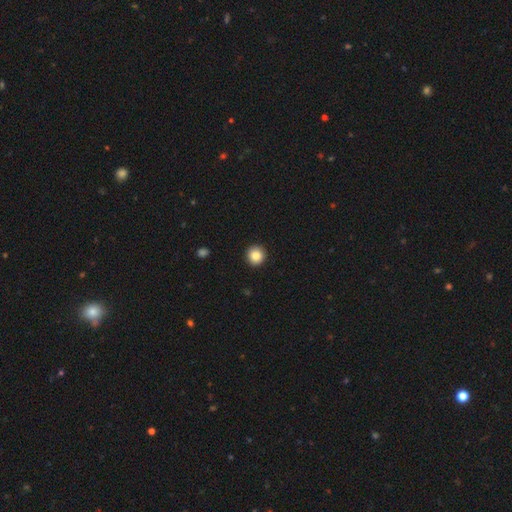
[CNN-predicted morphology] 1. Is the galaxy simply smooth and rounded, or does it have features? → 86% smooth, 9% star or artifact, 5% featured or disk.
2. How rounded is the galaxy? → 94% round, 5% in between, 1% cigar-shaped.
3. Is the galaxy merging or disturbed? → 93% none, 5% minor disturbance, 2% major disturbance, 1% merger.